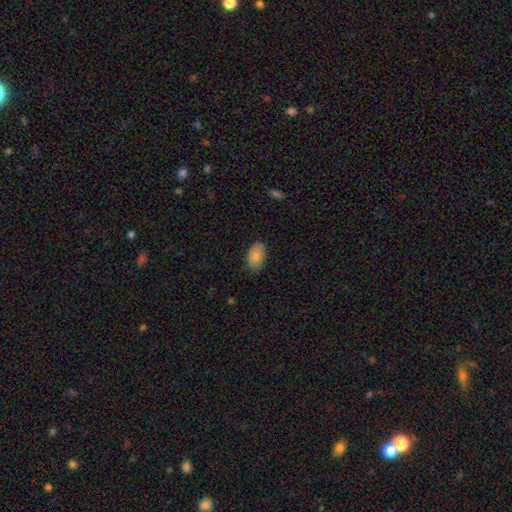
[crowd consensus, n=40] smooth 85%, featured or disk 10%, star or artifact 5%. Down the decision tree: how rounded — in between (94%); merging — none (89%).